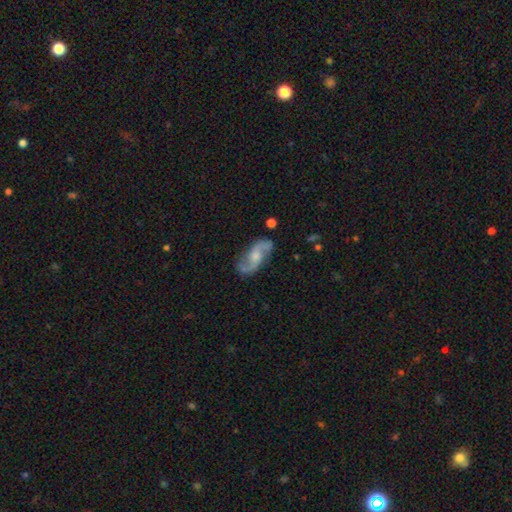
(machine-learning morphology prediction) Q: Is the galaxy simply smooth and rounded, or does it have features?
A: featured or disk — 84%.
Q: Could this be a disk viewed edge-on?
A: no — 95%.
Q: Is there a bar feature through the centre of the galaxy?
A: no — 52%.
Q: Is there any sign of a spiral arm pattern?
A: yes — 96%.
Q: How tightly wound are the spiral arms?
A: loose — 56%.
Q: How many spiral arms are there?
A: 2 — 92%.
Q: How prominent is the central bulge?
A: moderate — 48%.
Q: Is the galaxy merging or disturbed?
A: none — 79%.